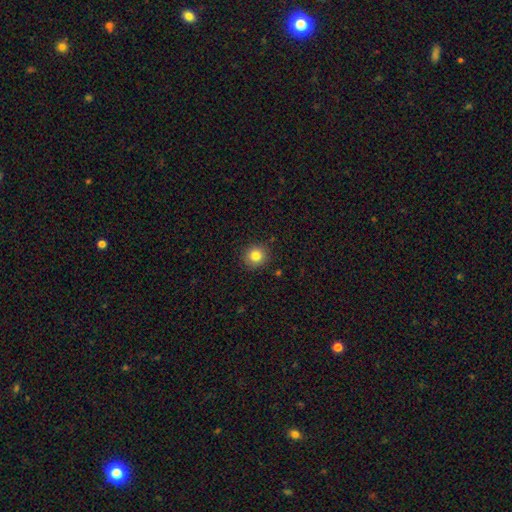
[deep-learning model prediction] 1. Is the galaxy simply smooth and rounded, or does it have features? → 83% smooth, 11% star or artifact, 6% featured or disk.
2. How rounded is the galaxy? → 90% round, 9% in between, 1% cigar-shaped.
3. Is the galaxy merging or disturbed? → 90% none, 7% minor disturbance, 2% major disturbance, 1% merger.